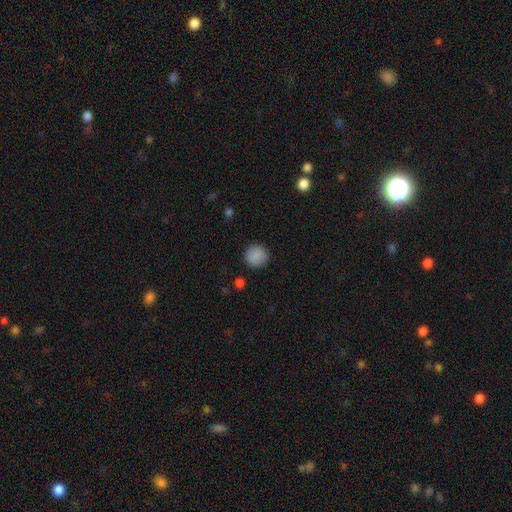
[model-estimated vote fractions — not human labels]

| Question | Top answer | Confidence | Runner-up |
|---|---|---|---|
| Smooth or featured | smooth | 88% | star or artifact (8%) |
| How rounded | round | 93% | in between (6%) |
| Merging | none | 90% | minor disturbance (6%) |